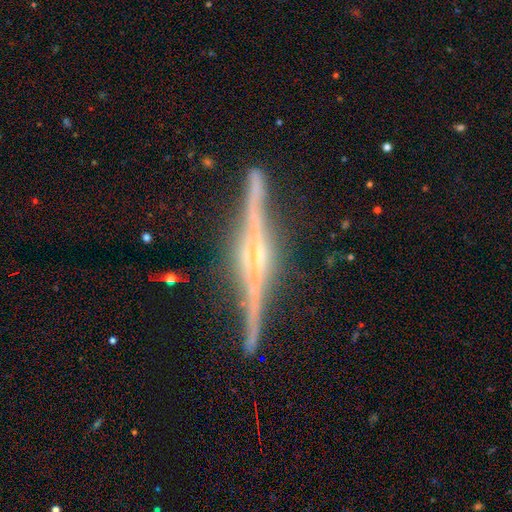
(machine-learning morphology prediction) This is clearly a featured or disk galaxy (90%). It is clearly viewed edge-on (98%). Edge-on bulge: possibly rounded (51%). Merging: clearly none (88%).